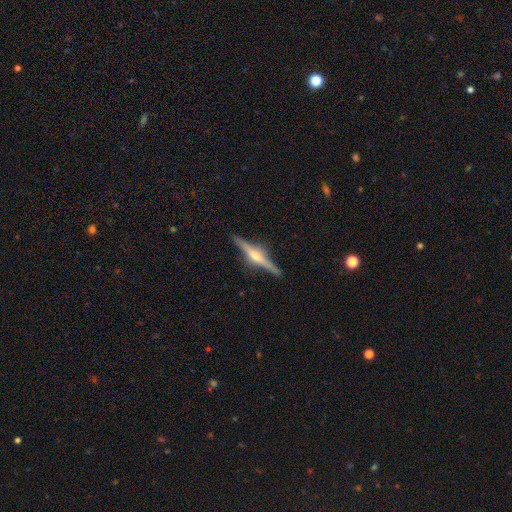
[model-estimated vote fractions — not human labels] Morphology: type=featured or disk (82%); edge-on=yes (98%); edge-on bulge=rounded (93%); merging=none (89%).